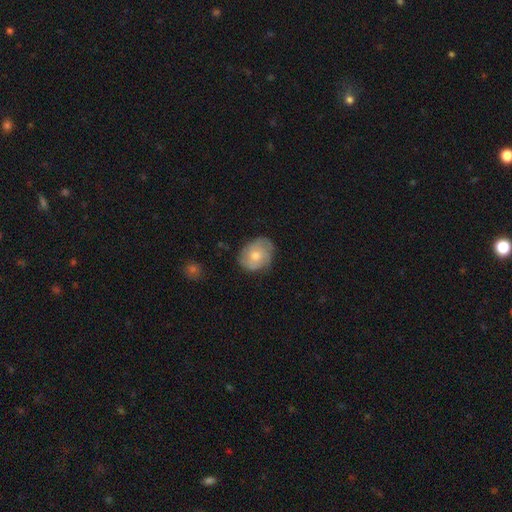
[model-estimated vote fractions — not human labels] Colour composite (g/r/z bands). It shows a smooth galaxy with no disk features (59%) that is in between round and cigar-shaped (52%). Merging: none (67%).